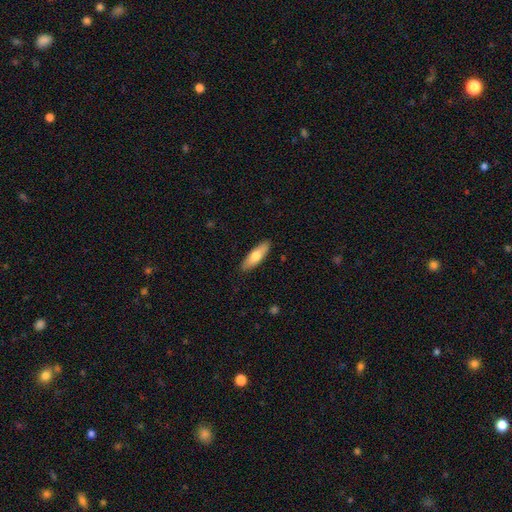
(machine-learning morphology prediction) Smooth or featured? Predicted: smooth (p=0.70). How rounded? Predicted: in between (p=0.50). Merging? Predicted: none (p=0.89).